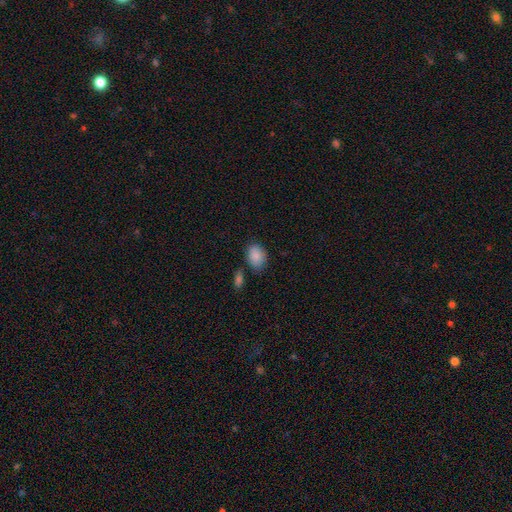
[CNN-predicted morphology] smooth 88%, star or artifact 7%, featured or disk 5%. Down the decision tree: how rounded — in between (76%); merging — none (72%).